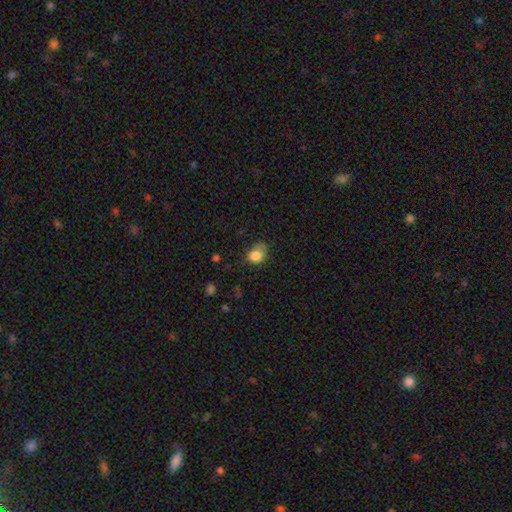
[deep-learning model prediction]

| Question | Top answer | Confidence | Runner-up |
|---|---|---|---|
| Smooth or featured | smooth | 82% | star or artifact (9%) |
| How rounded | in between | 55% | round (44%) |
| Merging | none | 40% | minor disturbance (38%) |